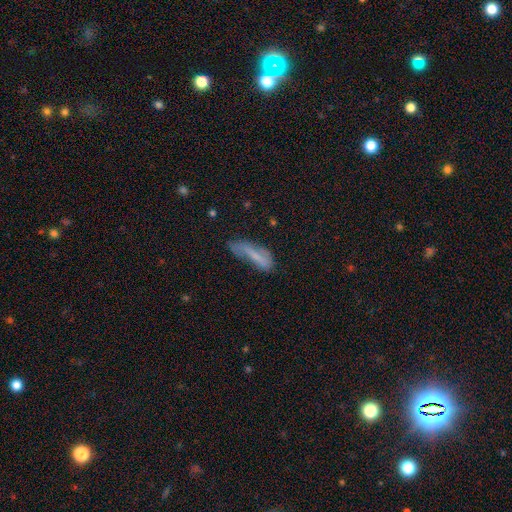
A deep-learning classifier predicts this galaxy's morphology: Smooth or featured: smooth — 58% (featured or disk — 33%)
How rounded: cigar-shaped — 55% (in between — 42%)
Merging: none — 43% (minor disturbance — 33%)